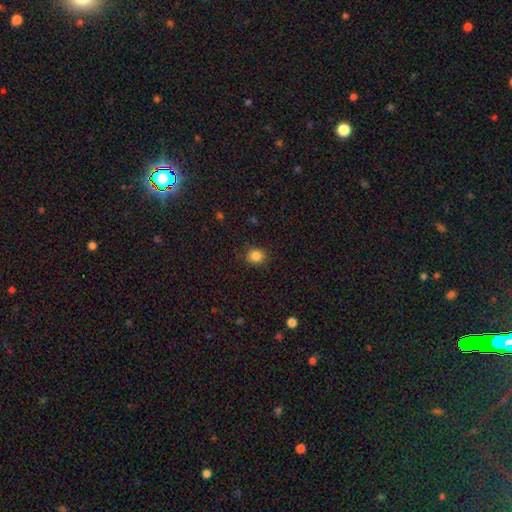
smooth 86%, star or artifact 8%, featured or disk 5%. Down the decision tree: how rounded — round (81%); merging — none (79%).